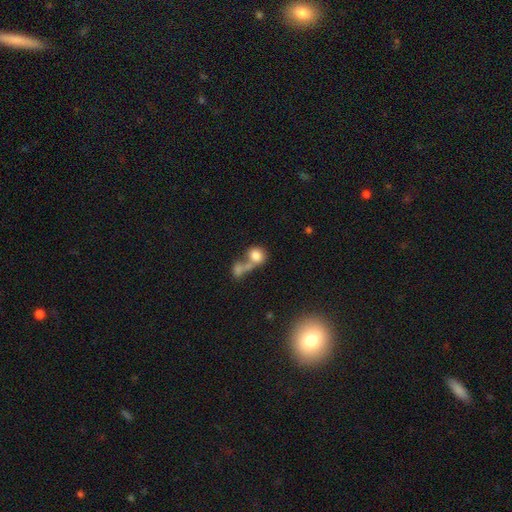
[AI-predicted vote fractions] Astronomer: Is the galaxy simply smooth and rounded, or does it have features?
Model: smooth — 78%.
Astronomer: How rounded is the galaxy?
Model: round — 68%.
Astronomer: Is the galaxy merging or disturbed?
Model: merger — 56%.